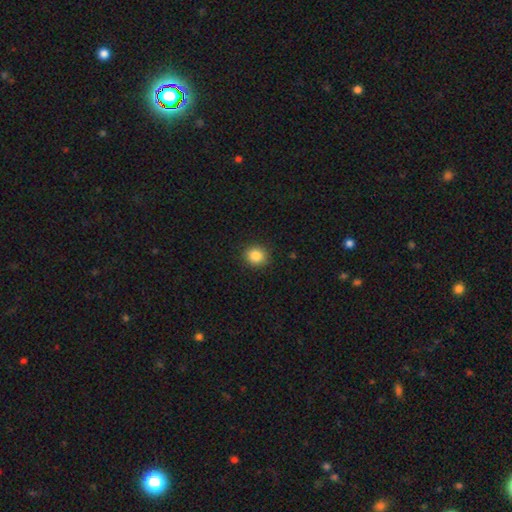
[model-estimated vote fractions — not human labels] Morphology: type=smooth (85%); roundness=round (79%); merging=none (90%).